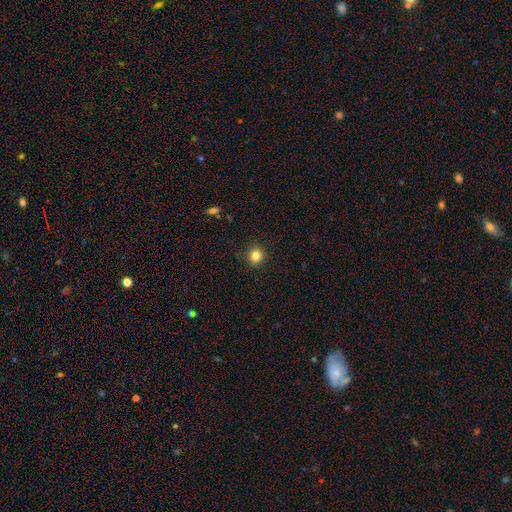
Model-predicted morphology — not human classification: smooth 83%, star or artifact 12%, featured or disk 5%. Down the decision tree: how rounded — round (87%); merging — none (90%).